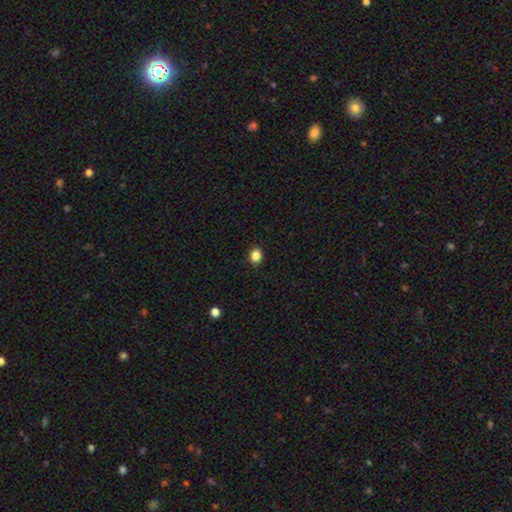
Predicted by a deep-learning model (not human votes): smooth-or-featured: smooth: 85% | star or artifact: 11% | featured or disk: 4%
  how-rounded: round: 72% | in between: 27% | cigar-shaped: 1%
  merging: none: 91% | minor disturbance: 6% | major disturbance: 2% | merger: 1%